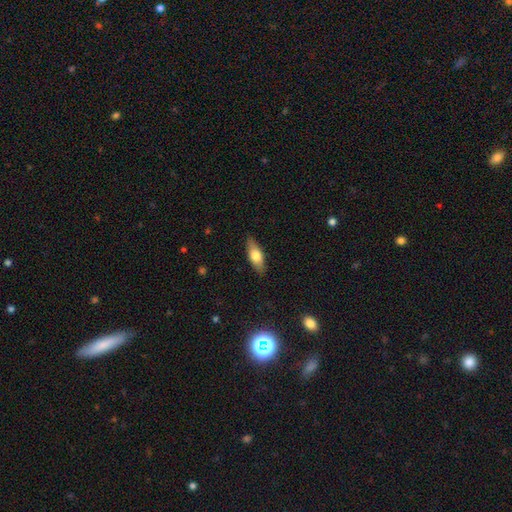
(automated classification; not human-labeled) Morphology: type=smooth (65%); roundness=in between (71%); merging=none (87%).